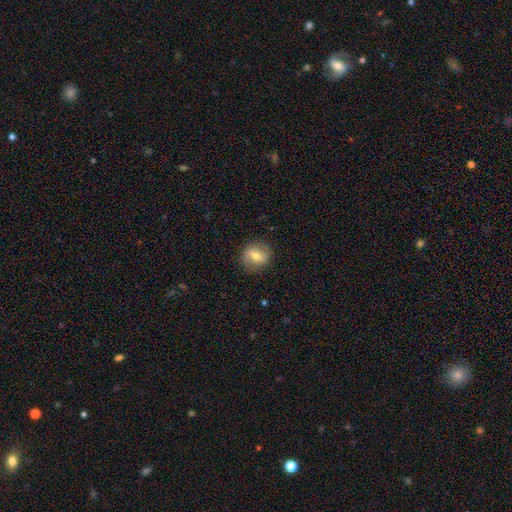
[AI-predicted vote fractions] A smooth galaxy with no disk features (56%) that is round (78%).

Vote fractions:
- Smooth or featured? smooth: 56% / featured or disk: 36% / star or artifact: 9%
- How rounded? round: 78% / in between: 21% / cigar-shaped: 1%
- Merging? none: 83% / minor disturbance: 12% / major disturbance: 4% / merger: 1%